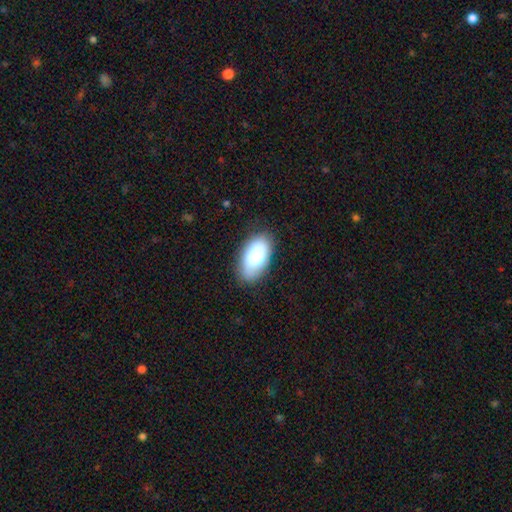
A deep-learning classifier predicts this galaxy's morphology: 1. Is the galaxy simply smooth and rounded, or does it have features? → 78% smooth, 15% featured or disk, 7% star or artifact.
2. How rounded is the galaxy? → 94% in between, 4% round, 2% cigar-shaped.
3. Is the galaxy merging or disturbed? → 78% none, 16% minor disturbance, 4% major disturbance, 2% merger.